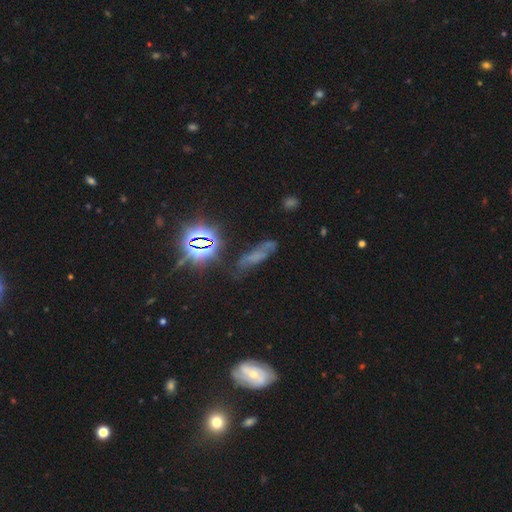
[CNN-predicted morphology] smooth-or-featured: star or artifact: 40% | featured or disk: 30% | smooth: 30%